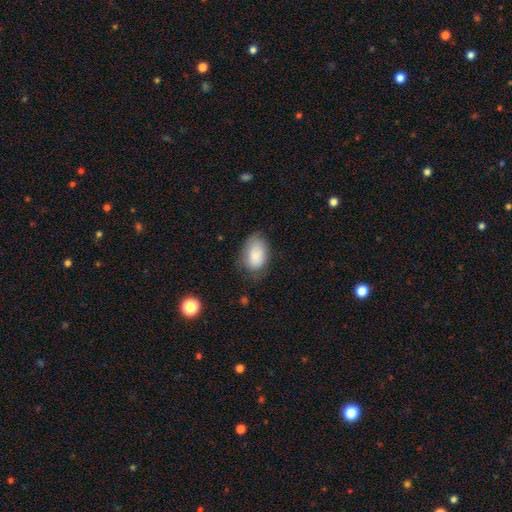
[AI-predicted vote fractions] A smooth galaxy with no disk features (82%) that is in between round and cigar-shaped (89%). Merging: none (66%).